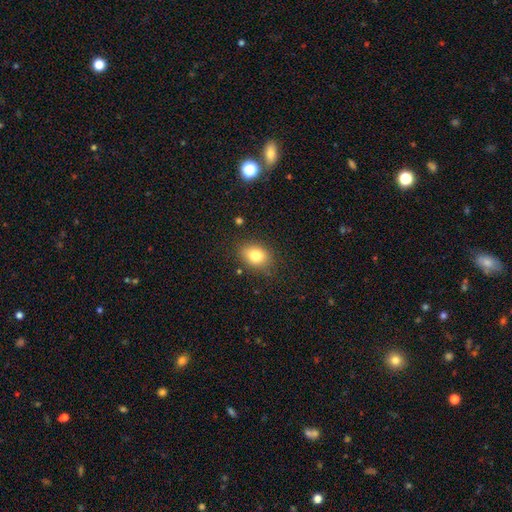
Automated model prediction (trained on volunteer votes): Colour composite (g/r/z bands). It shows a smooth galaxy with no disk features (81%) that is in between round and cigar-shaped (69%). Merging: none (79%).